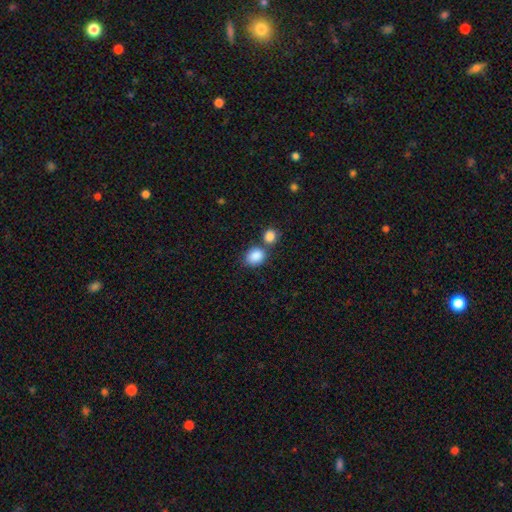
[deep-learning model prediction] A smooth galaxy with no disk features (87%) that is in between round and cigar-shaped (51%). Merging: none (52%).